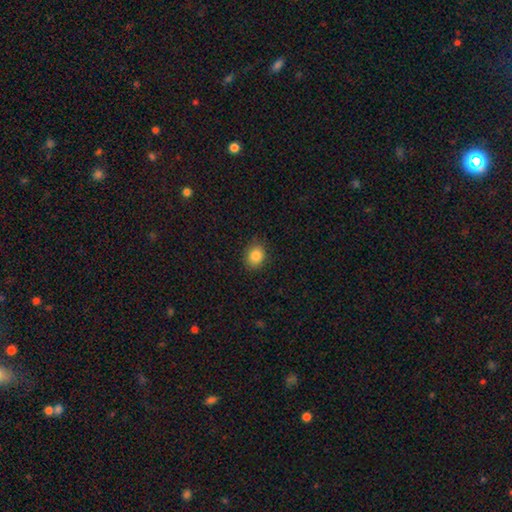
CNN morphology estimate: Smooth or featured? Predicted: smooth (p=0.85). How rounded? Predicted: round (p=0.67). Merging? Predicted: none (p=0.86).